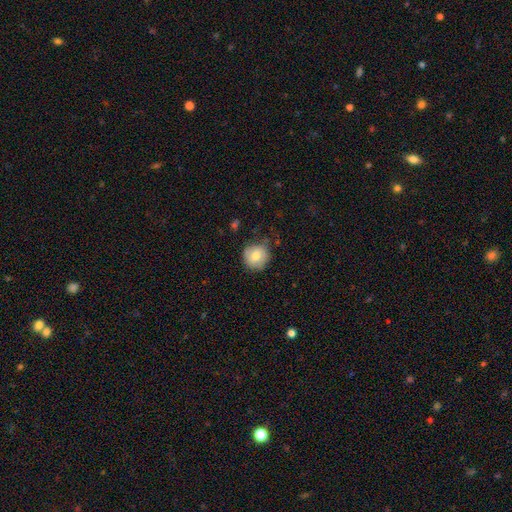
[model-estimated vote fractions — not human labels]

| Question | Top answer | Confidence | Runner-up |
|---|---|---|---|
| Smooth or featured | smooth | 74% | featured or disk (18%) |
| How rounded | round | 92% | in between (7%) |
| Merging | none | 76% | minor disturbance (18%) |